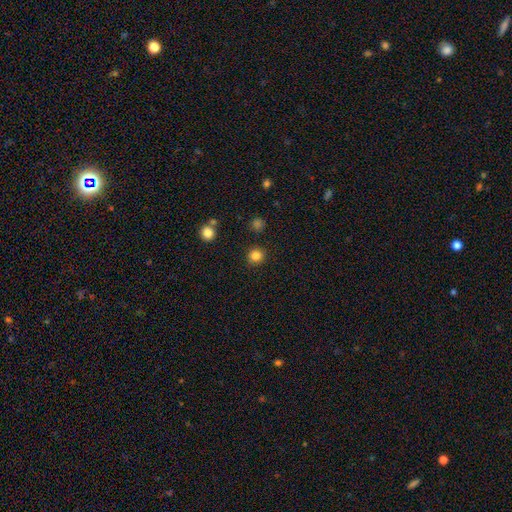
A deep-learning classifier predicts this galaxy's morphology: A smooth galaxy with no disk features (83%) that is round (92%). Merging: none (90%).